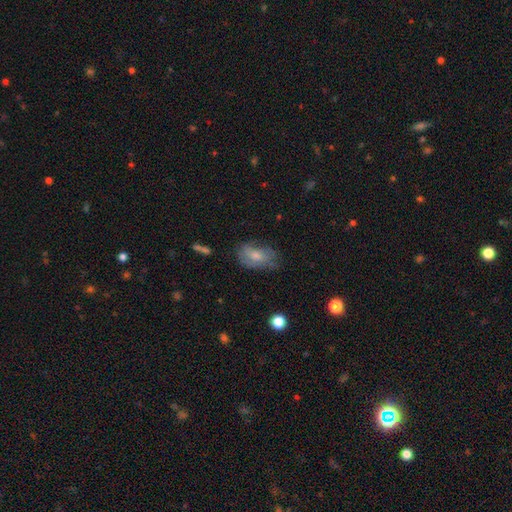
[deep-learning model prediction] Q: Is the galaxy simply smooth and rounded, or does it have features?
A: smooth — 55%.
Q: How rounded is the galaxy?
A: in between — 86%.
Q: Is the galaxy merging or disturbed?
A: none — 52%.